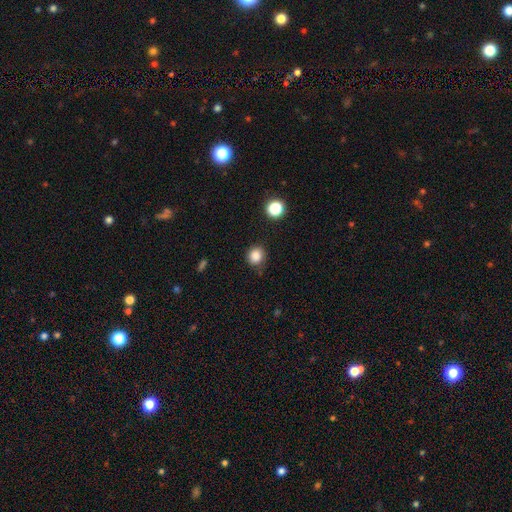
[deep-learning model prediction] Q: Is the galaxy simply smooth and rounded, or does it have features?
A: smooth — 85%.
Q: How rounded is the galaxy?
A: round — 85%.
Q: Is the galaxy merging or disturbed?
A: none — 79%.